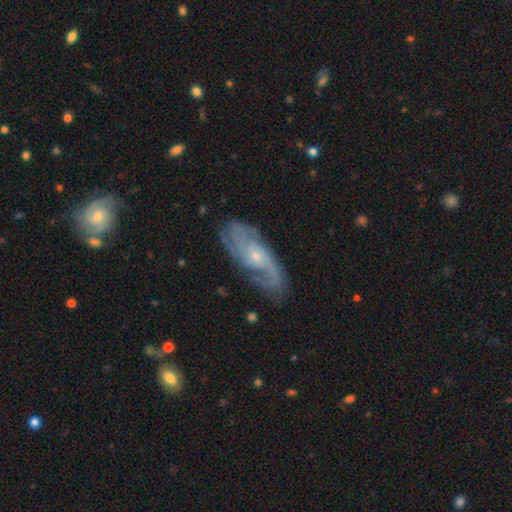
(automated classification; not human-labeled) Smooth or featured: featured or disk — 86% (smooth — 8%)
Edge-on disk: no — 94% (yes — 6%)
Bar: no — 67% (weak — 28%)
Spiral arms: yes — 97% (no — 3%)
Spiral winding: medium — 45% (tight — 42%)
Spiral arm count: 2 — 43% (3 — 21%)
Bulge size: small — 72% (moderate — 24%)
Merging: none — 75% (minor disturbance — 18%)